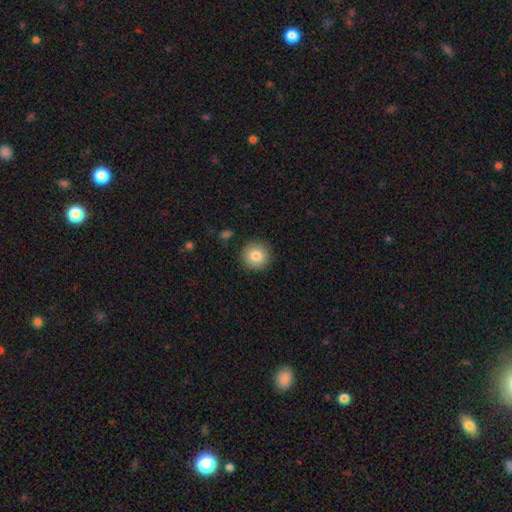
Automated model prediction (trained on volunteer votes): smooth-or-featured: smooth: 83% | star or artifact: 9% | featured or disk: 8%
  how-rounded: round: 94% | in between: 5% | cigar-shaped: 1%
  merging: none: 90% | minor disturbance: 7% | major disturbance: 2% | merger: 1%